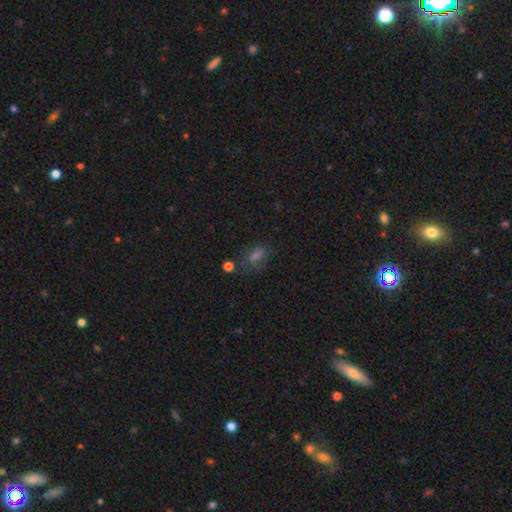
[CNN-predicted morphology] This appears to be a smooth galaxy with no disk features (52%) that is in between round and cigar-shaped (75%). Merging: none (67%).